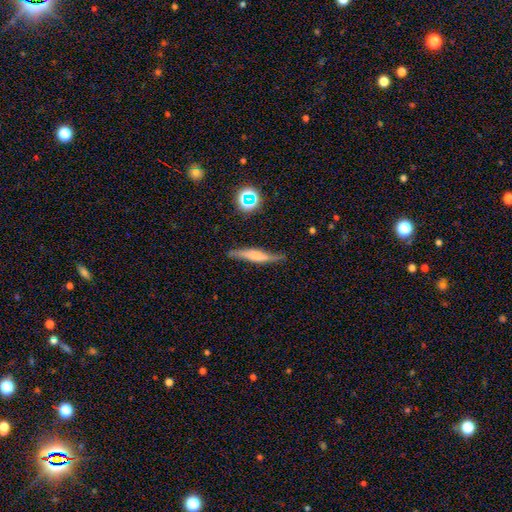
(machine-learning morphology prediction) The model was most divided on "smooth or featured": featured or disk: 46%, smooth: 45%, star or artifact: 9%. More confident: merging — none (73%).